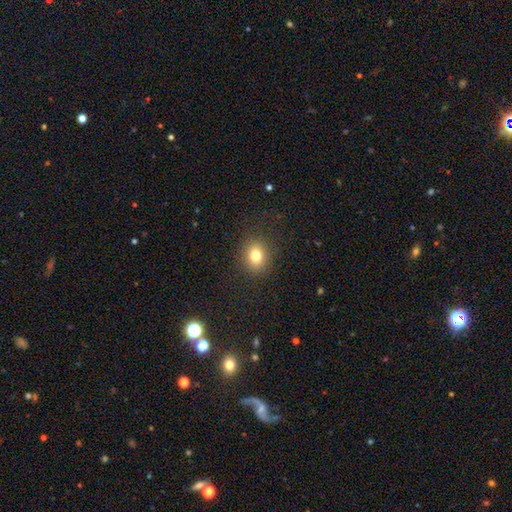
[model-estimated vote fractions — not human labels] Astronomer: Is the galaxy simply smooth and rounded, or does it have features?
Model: smooth — 80%.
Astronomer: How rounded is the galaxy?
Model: round — 62% (runner-up: in between, 37%).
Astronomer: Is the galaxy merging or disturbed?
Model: none — 88%.